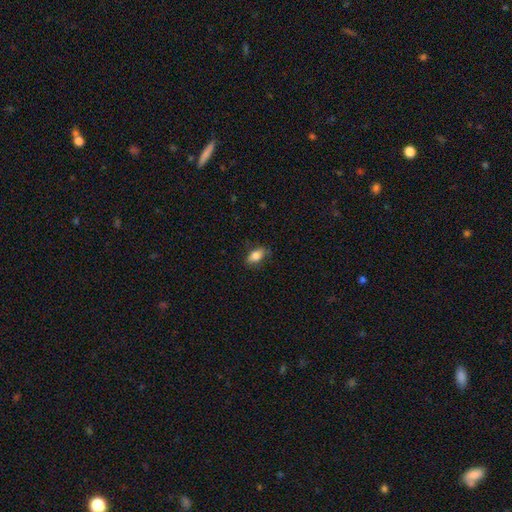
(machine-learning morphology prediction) A smooth galaxy with no disk features (80%) that is in between round and cigar-shaped (86%). Merging: none (79%).